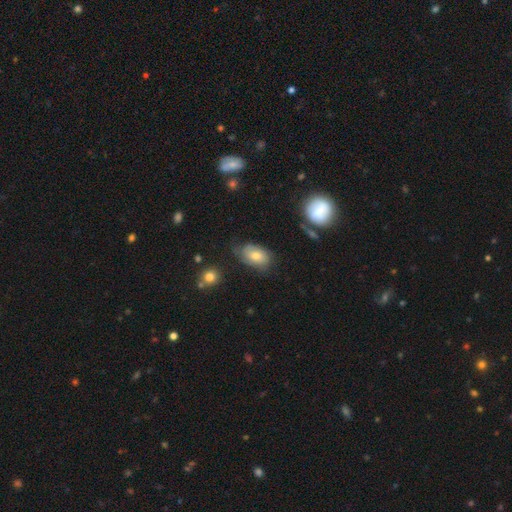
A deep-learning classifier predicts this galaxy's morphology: A smooth galaxy with no disk features (57%) that is in between round and cigar-shaped (87%).

Vote fractions:
- Smooth or featured? smooth: 57% / featured or disk: 35% / star or artifact: 9%
- How rounded? in between: 87% / round: 12% / cigar-shaped: 2%
- Merging? none: 56% / minor disturbance: 30% / major disturbance: 11% / merger: 2%